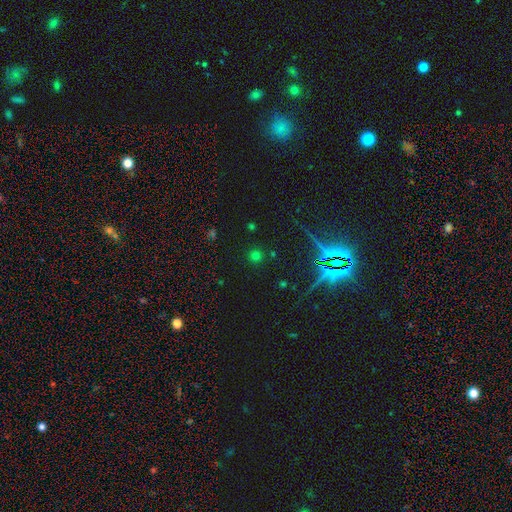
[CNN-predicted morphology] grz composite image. It shows a smooth galaxy with no disk features (60%) that is round (95%). Merging: none (90%).